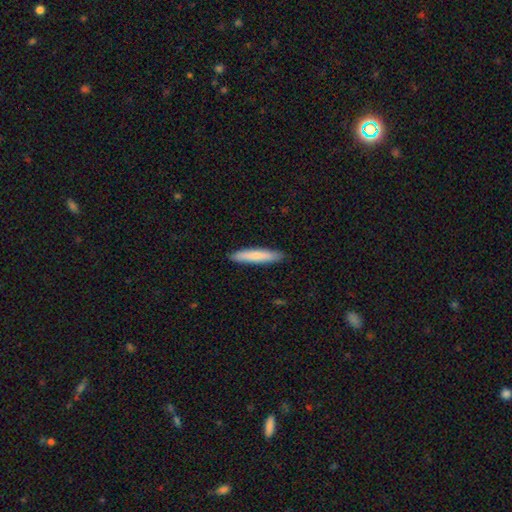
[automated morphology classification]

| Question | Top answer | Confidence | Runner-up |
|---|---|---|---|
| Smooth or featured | smooth | 78% | featured or disk (17%) |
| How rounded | cigar-shaped | 90% | in between (9%) |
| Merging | none | 90% | minor disturbance (7%) |